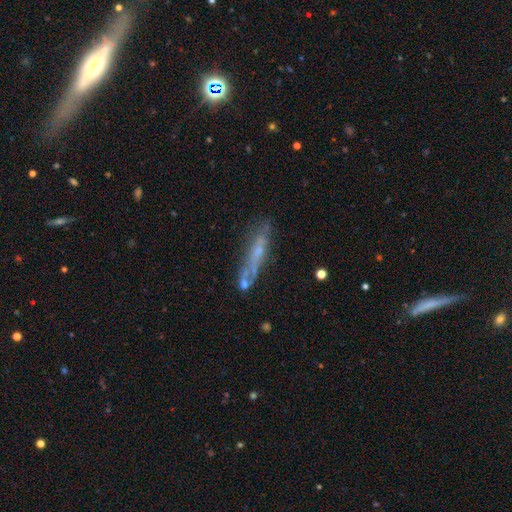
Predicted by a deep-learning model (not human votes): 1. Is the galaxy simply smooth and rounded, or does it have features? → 52% featured or disk, 36% smooth, 12% star or artifact.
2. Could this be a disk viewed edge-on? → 71% yes, 29% no.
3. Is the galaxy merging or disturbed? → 60% none, 20% minor disturbance, 12% merger, 8% major disturbance.